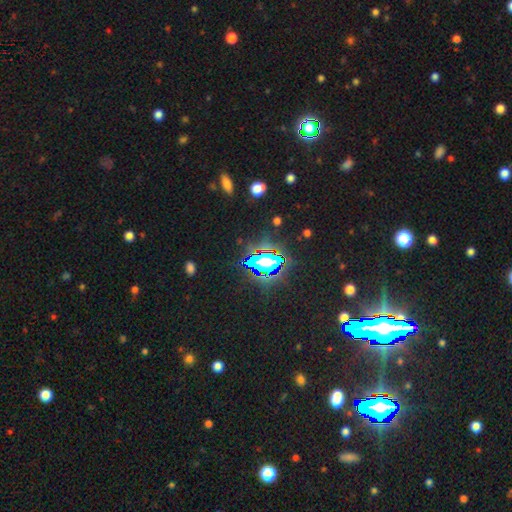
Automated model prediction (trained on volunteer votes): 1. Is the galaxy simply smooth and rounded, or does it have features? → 66% star or artifact, 23% smooth, 11% featured or disk.